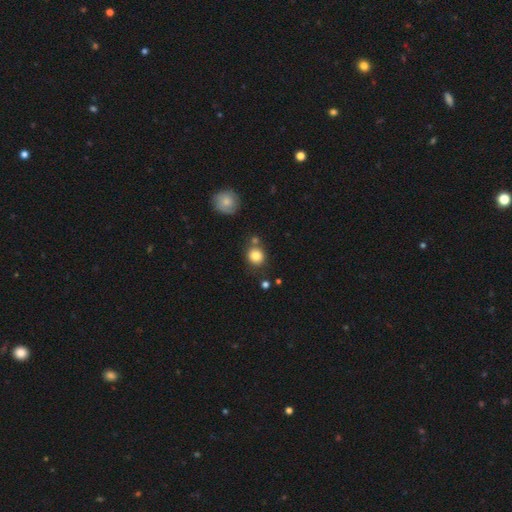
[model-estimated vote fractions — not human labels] Smooth or featured? Predicted: smooth (p=0.82). How rounded? Predicted: round (p=0.83). Merging? Predicted: none (p=0.71).